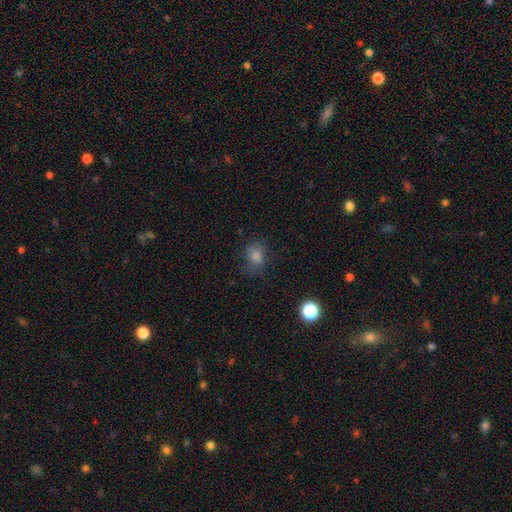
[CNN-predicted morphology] This is likely a smooth galaxy (71%). How rounded: possibly round (59%). Merging: likely none (71%).